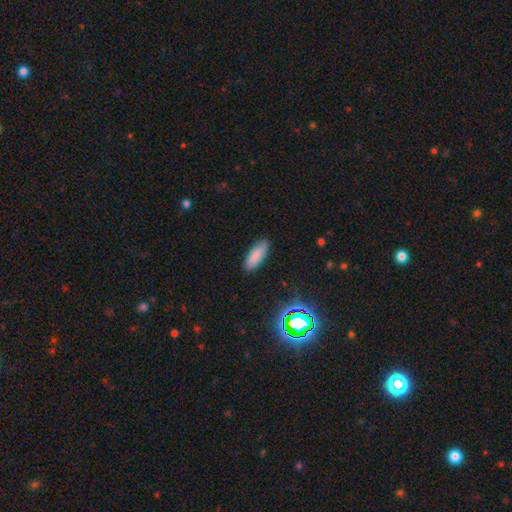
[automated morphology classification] smooth_or_featured: smooth (p=0.84) [alt: star or artifact p=0.09]
how_rounded: in between (p=0.67) [alt: cigar-shaped p=0.31]
merging: none (p=0.88) [alt: minor disturbance p=0.09]